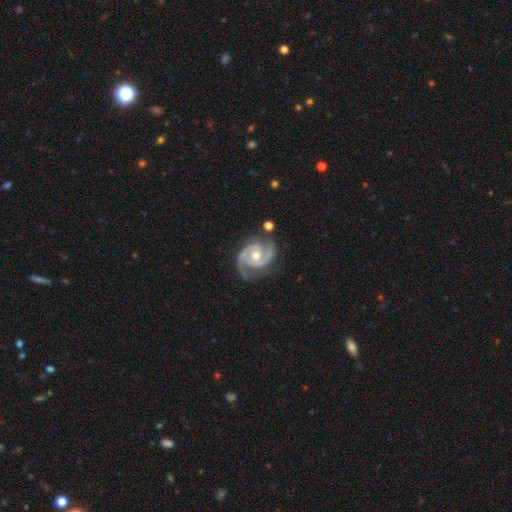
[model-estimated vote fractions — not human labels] Smooth or featured? Predicted: featured or disk (p=0.92). Edge-on disk? Predicted: no (p=0.98). Bar? Predicted: no (p=0.63). Spiral arms? Predicted: yes (p=0.98). Spiral winding? Predicted: tight (p=0.47). Spiral arm count? Predicted: 2 (p=0.89). Bulge size? Predicted: moderate (p=0.74). Merging? Predicted: none (p=0.73).